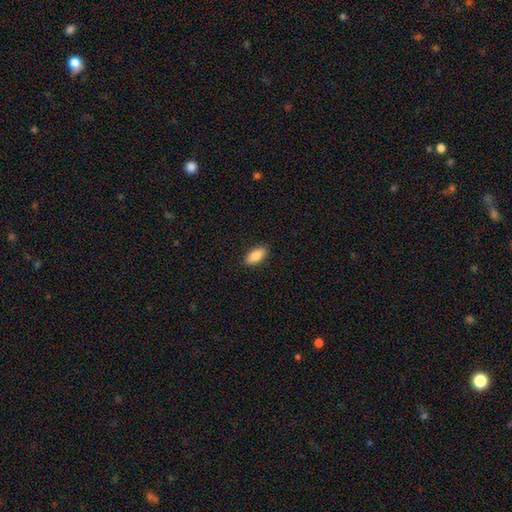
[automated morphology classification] A smooth galaxy with no disk features (87%) that is in between round and cigar-shaped (88%). Merging: none (89%).